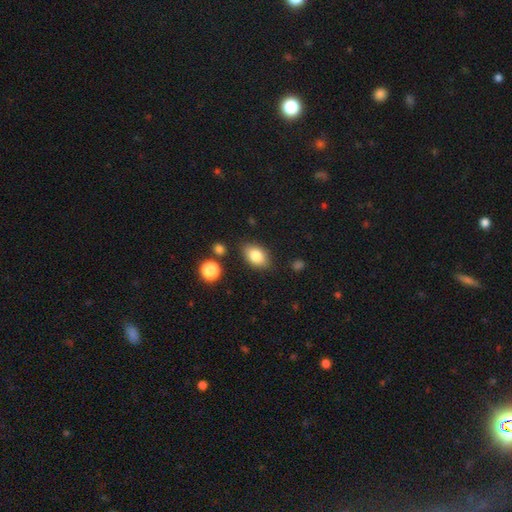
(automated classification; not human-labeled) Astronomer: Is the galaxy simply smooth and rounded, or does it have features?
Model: smooth — 81%.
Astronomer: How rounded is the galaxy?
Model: in between — 86%.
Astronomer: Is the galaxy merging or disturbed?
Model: none — 82%.